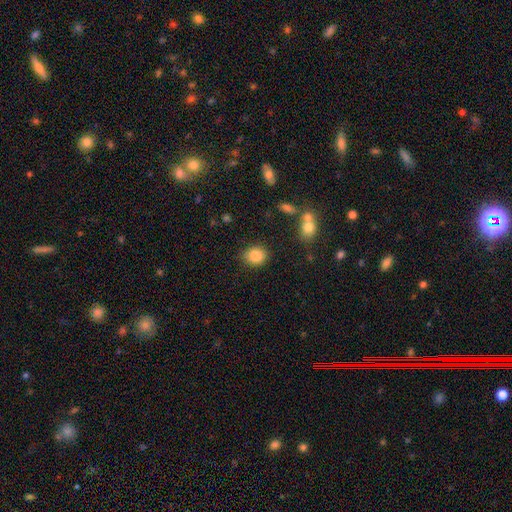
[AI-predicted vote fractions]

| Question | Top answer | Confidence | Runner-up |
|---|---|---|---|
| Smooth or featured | smooth | 87% | star or artifact (9%) |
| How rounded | round | 61% | in between (38%) |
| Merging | none | 77% | minor disturbance (15%) |